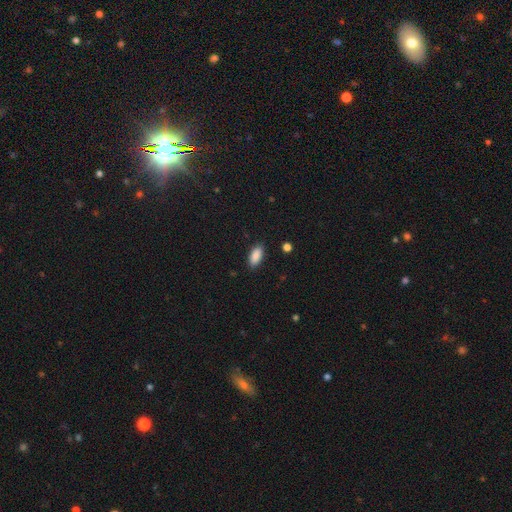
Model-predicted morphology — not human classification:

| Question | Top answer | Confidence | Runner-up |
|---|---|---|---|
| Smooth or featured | smooth | 89% | star or artifact (7%) |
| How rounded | in between | 90% | cigar-shaped (8%) |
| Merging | none | 87% | minor disturbance (9%) |